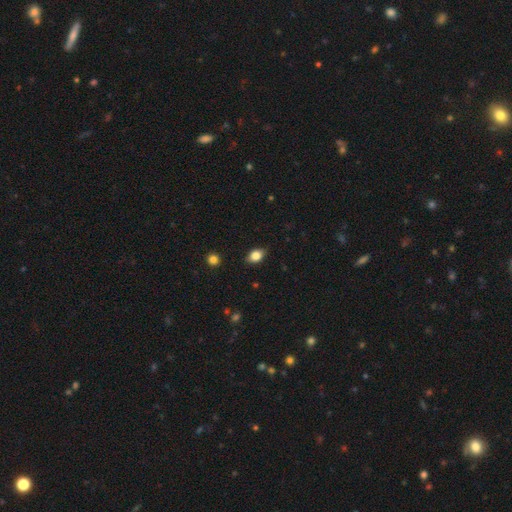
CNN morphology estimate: A smooth galaxy with no disk features (81%) that is in between round and cigar-shaped (78%). Merging: none (83%).